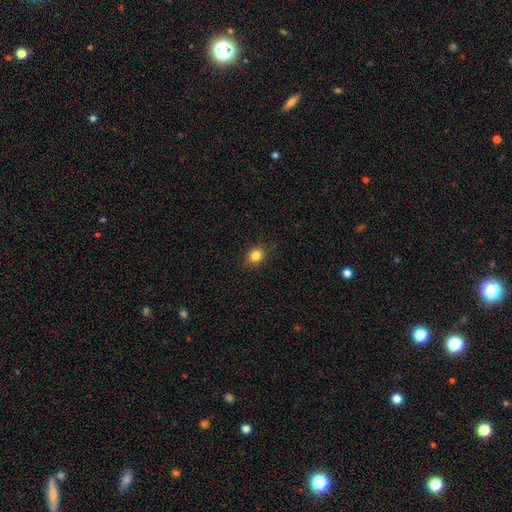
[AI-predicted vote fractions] This appears to be a smooth galaxy with no disk features (83%) that is round (65%). Merging: none (87%).